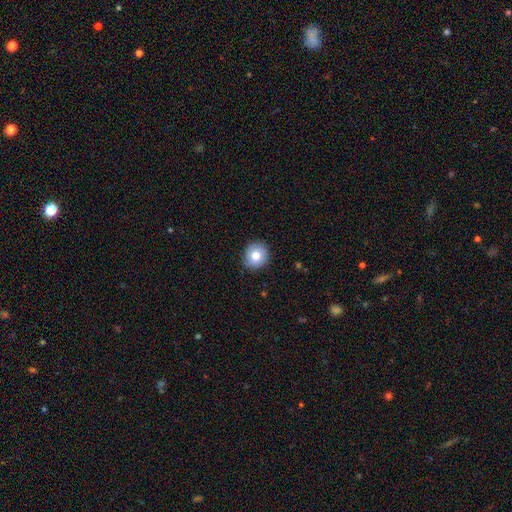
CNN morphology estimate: type=smooth (77%); roundness=round (87%); merging=none (86%).